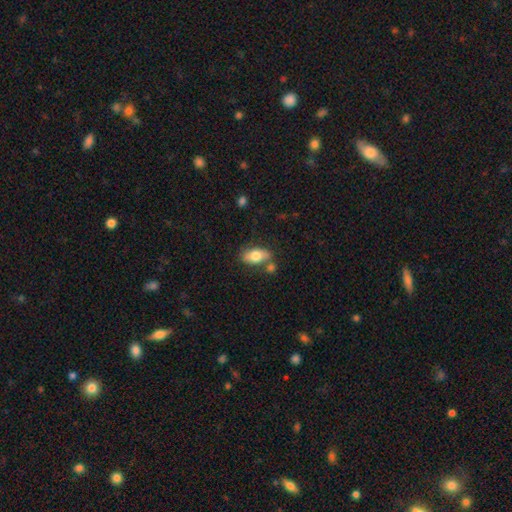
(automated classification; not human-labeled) smooth 73%, featured or disk 20%, star or artifact 7%. Down the decision tree: how rounded — in between (89%); merging — none (63%).